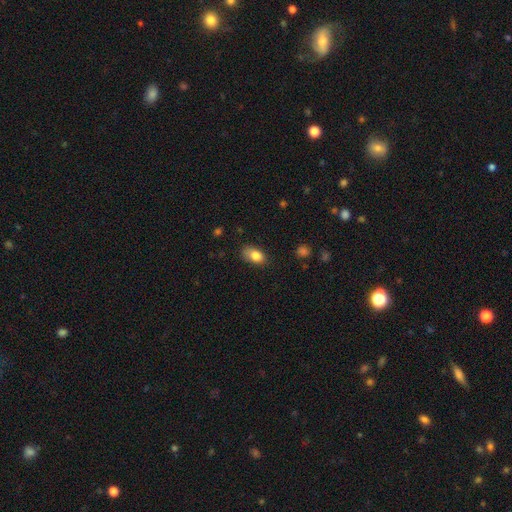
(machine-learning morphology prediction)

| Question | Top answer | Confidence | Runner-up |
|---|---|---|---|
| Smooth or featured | smooth | 83% | featured or disk (9%) |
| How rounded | in between | 89% | round (9%) |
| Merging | none | 70% | minor disturbance (23%) |